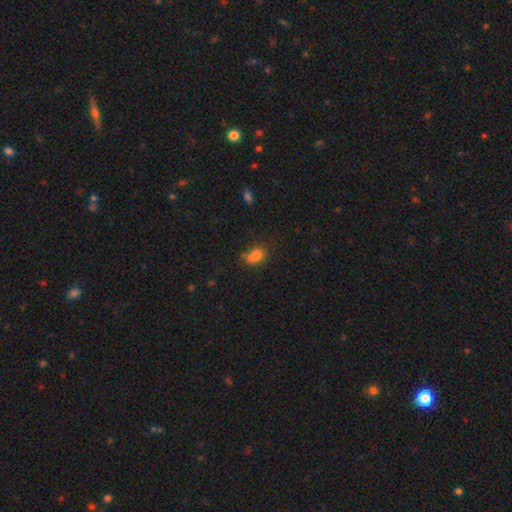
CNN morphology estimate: This is likely a smooth galaxy (73%). How rounded: possibly in between (58%). Merging: marginally none (42%).